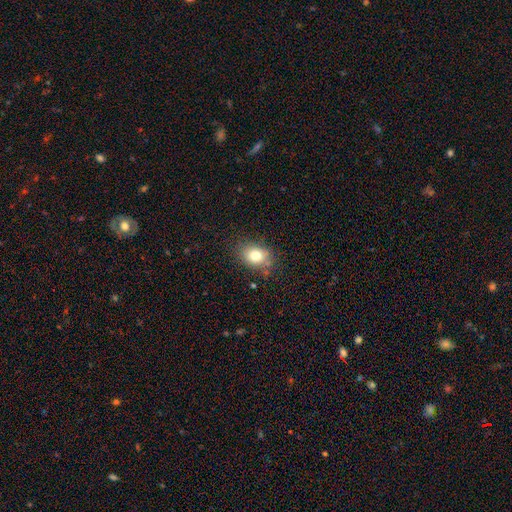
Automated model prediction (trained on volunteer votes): This appears to be a smooth galaxy with no disk features (79%) that is in between round and cigar-shaped (63%). Merging: none (76%).